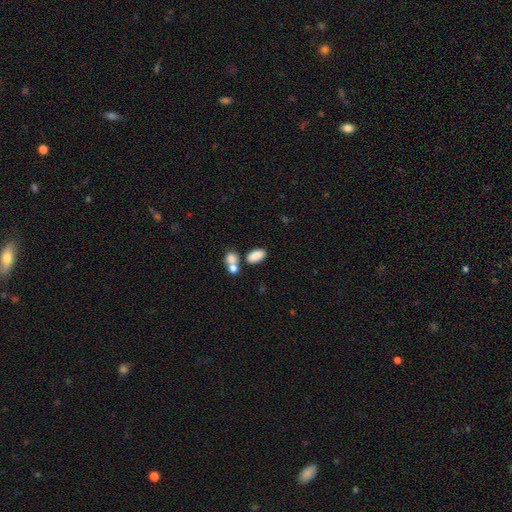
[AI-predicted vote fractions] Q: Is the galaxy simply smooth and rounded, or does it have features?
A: smooth — 85%.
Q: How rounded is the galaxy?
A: in between — 92%.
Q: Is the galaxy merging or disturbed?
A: none — 57%.